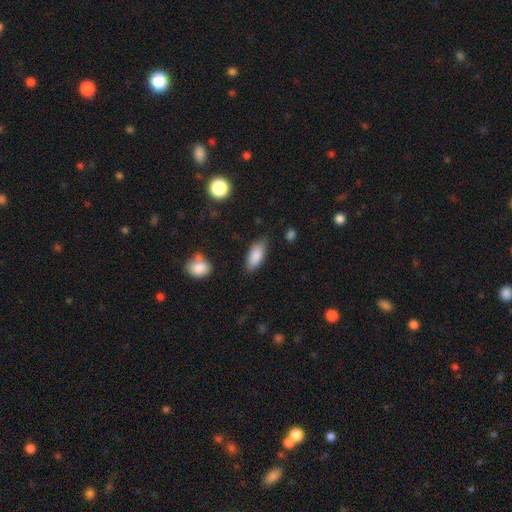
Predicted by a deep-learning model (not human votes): Morphology: type=smooth (86%); roundness=in between (85%); merging=none (76%).